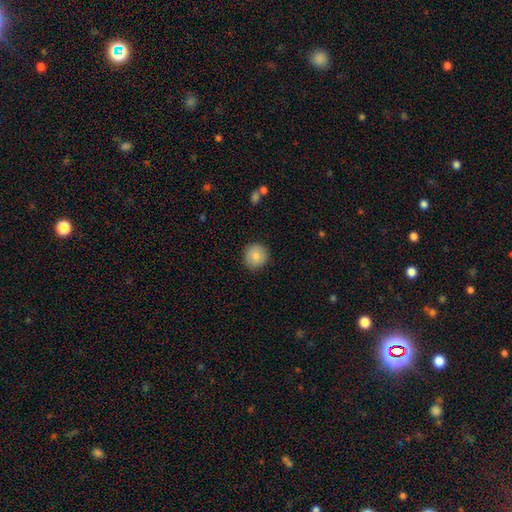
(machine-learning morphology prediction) Overall: smooth (83%). How rounded: round (93%). Merging: none (88%).